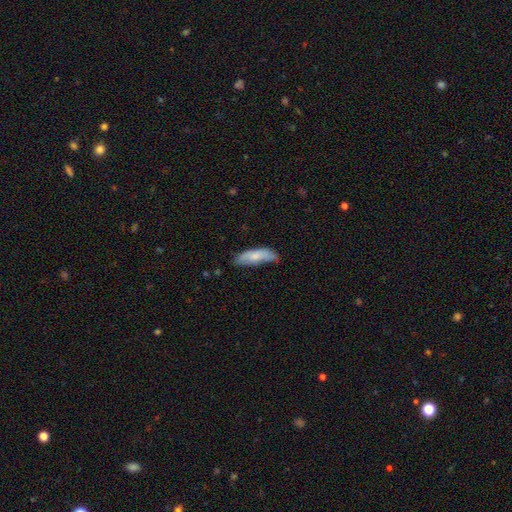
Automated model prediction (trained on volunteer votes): Smooth or featured? Predicted: smooth (p=0.75). How rounded? Predicted: in between (p=0.54). Merging? Predicted: none (p=0.52).